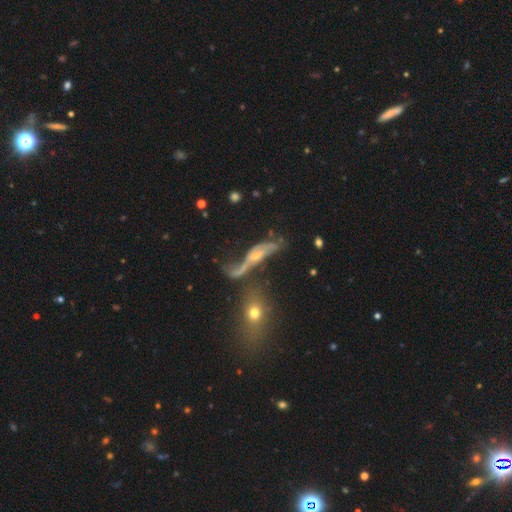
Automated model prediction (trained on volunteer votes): Smooth or featured: featured or disk — 71% (smooth — 19%)
Edge-on disk: no — 68% (yes — 32%)
Merging: none — 32% (merger — 27%)